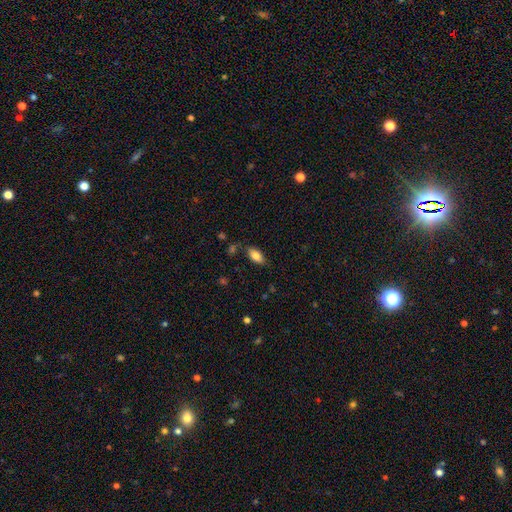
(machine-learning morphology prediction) Smooth or featured? Predicted: smooth (p=0.82). How rounded? Predicted: in between (p=0.89). Merging? Predicted: none (p=0.79).